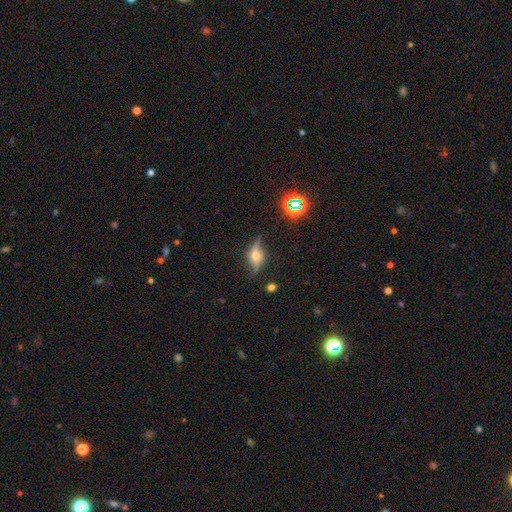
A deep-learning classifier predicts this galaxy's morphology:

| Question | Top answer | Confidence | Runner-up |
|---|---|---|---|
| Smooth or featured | featured or disk | 71% | smooth (18%) |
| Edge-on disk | yes | 68% | no (32%) |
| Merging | none | 72% | minor disturbance (20%) |